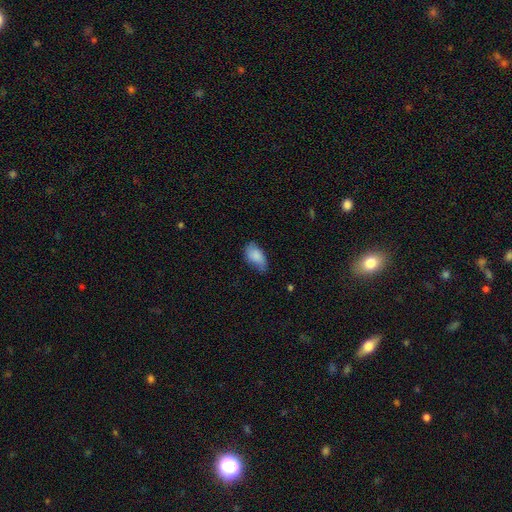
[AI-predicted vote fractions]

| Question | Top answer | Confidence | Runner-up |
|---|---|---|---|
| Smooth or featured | smooth | 83% | featured or disk (10%) |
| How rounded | in between | 93% | round (4%) |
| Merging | none | 56% | minor disturbance (34%) |